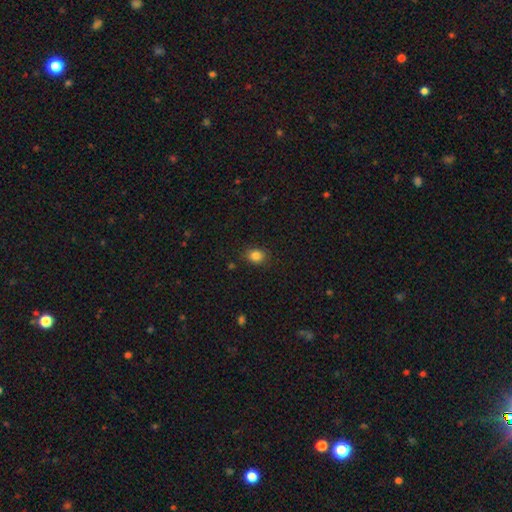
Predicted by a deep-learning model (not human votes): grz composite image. It shows a smooth galaxy with no disk features (84%) that is round (57%). Merging: none (84%).